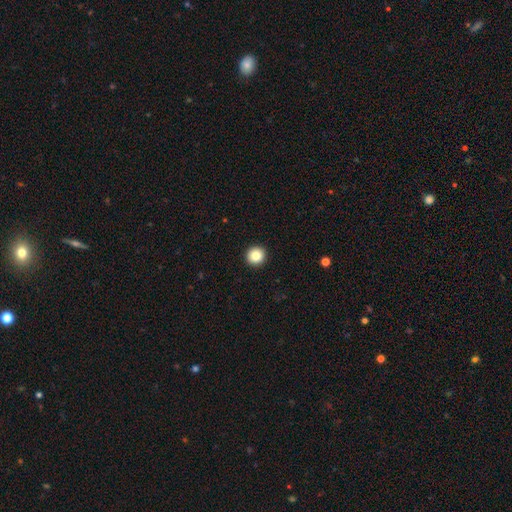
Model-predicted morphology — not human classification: The model was most divided on "smooth or featured": smooth: 85%, star or artifact: 10%, featured or disk: 5%. More confident: how rounded — round (95%); merging — none (94%).